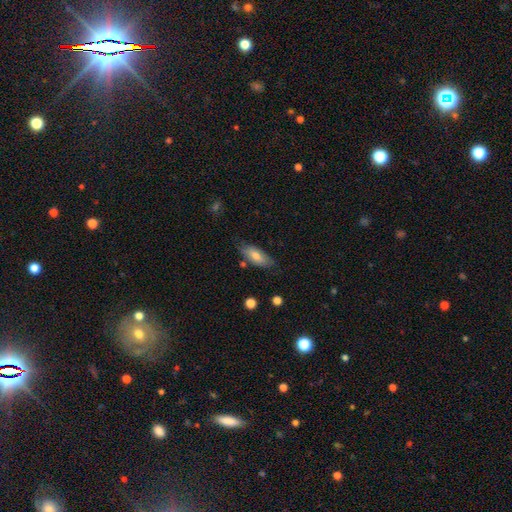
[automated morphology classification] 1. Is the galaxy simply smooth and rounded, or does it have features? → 67% smooth, 26% featured or disk, 7% star or artifact.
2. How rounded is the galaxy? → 73% in between, 25% cigar-shaped, 2% round.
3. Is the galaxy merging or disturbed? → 77% none, 17% minor disturbance, 3% major disturbance, 3% merger.